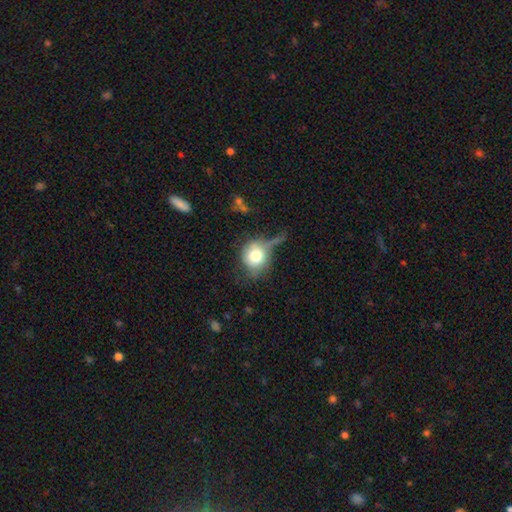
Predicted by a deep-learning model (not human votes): Smooth or featured? Predicted: smooth (p=0.70). How rounded? Predicted: round (p=0.84). Merging? Predicted: none (p=0.38).